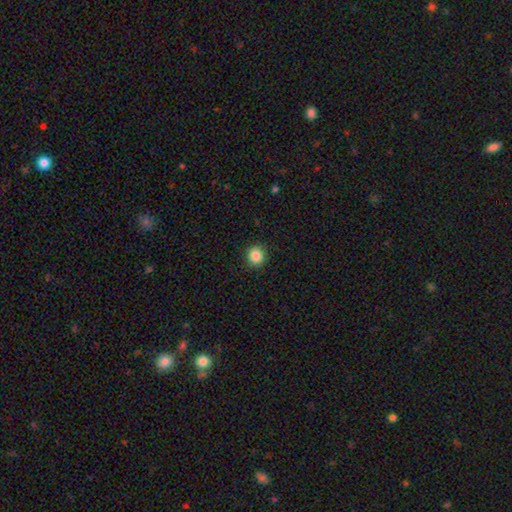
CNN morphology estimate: Smooth or featured?
  - smooth: 86% *
  - star or artifact: 10%
  - featured or disk: 4%
How rounded?
  - round: 86% *
  - in between: 13%
  - cigar-shaped: 1%
Merging?
  - none: 91% *
  - minor disturbance: 6%
  - major disturbance: 2%
  - merger: 1%